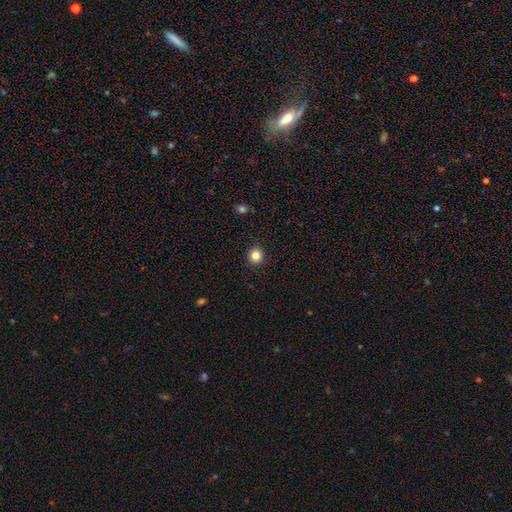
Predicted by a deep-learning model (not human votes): Smooth or featured?
  - smooth: 83% *
  - star or artifact: 12%
  - featured or disk: 5%
How rounded?
  - round: 88% *
  - in between: 11%
  - cigar-shaped: 1%
Merging?
  - none: 92% *
  - minor disturbance: 5%
  - major disturbance: 2%
  - merger: 1%